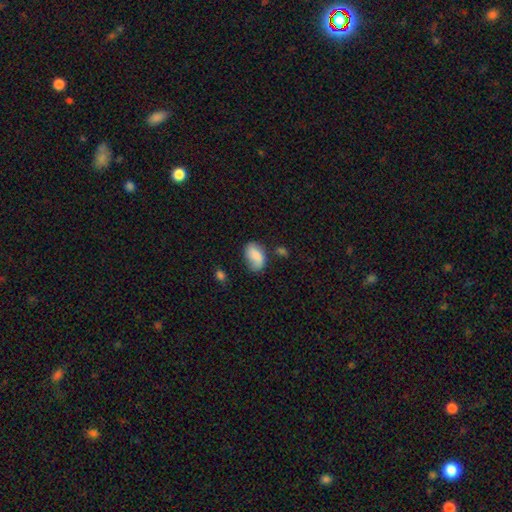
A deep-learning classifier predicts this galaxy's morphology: type=smooth (76%); roundness=in between (89%); merging=none (58%).